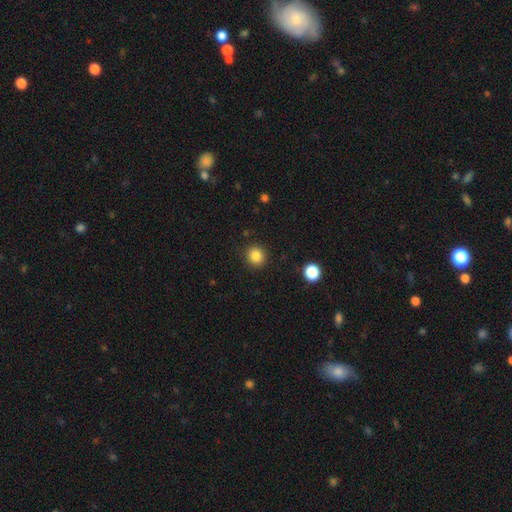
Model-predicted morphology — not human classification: type=smooth (85%); roundness=round (90%); merging=none (90%).